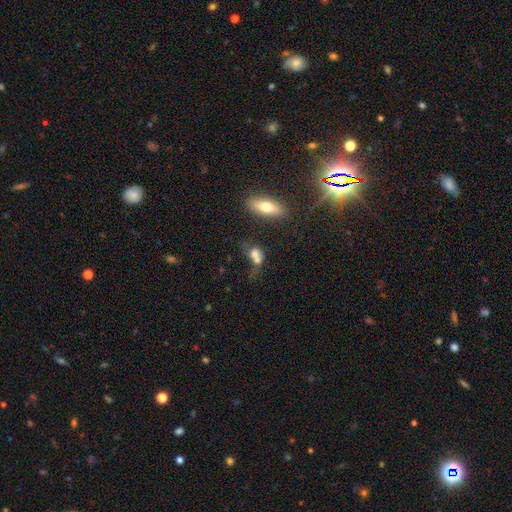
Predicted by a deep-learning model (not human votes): Smooth or featured? Predicted: smooth (p=0.68). How rounded? Predicted: in between (p=0.57). Merging? Predicted: merger (p=0.48).